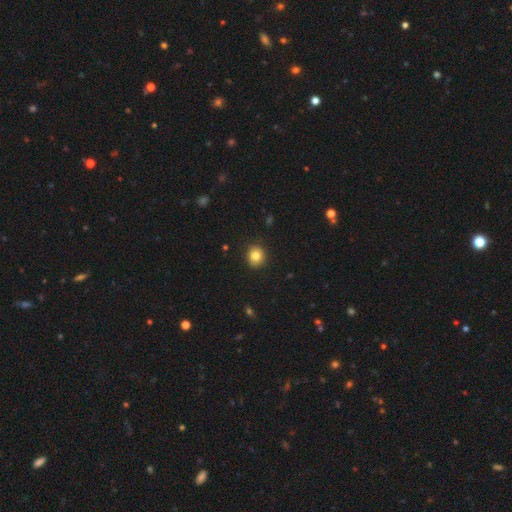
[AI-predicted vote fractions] smooth_or_featured: smooth (p=0.82) [alt: star or artifact p=0.10]
how_rounded: round (p=0.78) [alt: in between p=0.21]
merging: none (p=0.89) [alt: minor disturbance p=0.08]